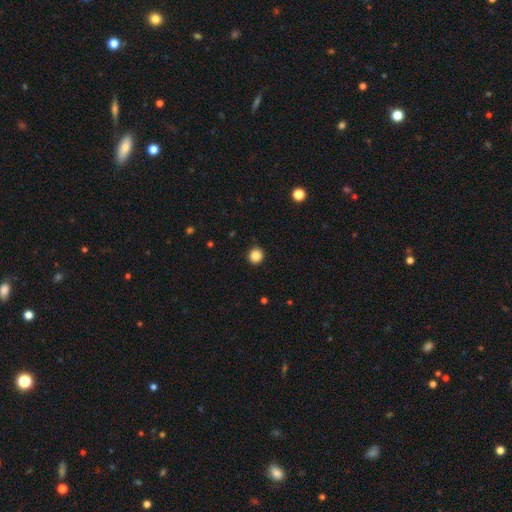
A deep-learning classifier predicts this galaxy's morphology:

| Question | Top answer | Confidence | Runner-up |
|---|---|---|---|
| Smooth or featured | smooth | 86% | star or artifact (11%) |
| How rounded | round | 93% | in between (6%) |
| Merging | none | 90% | minor disturbance (7%) |